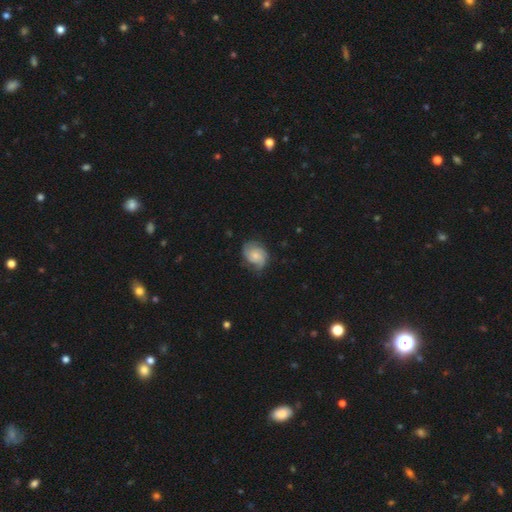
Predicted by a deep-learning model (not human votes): Overall: featured or disk (60%; smooth 33%). Edge-on disk: no (98%). Bar: no (75%). Spiral arms: yes (91%). Spiral arm count: 2 (39%; 3 24%). Spiral winding: tight (44%; medium 39%). Bulge size: small (60%; moderate 30%). Merging: none (64%; minor disturbance 25%).